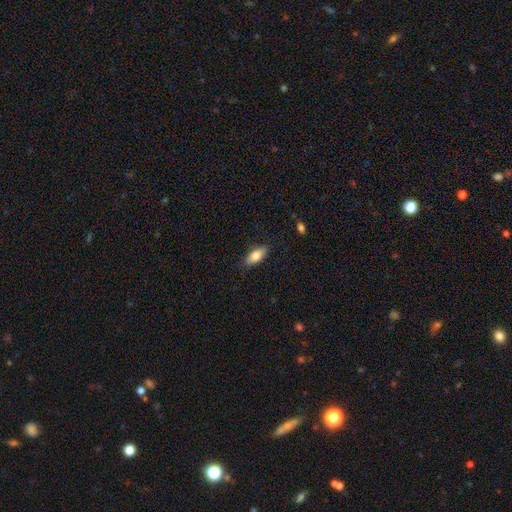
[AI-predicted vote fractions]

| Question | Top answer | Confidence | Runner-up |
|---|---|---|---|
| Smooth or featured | smooth | 80% | featured or disk (13%) |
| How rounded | in between | 84% | cigar-shaped (13%) |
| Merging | none | 84% | minor disturbance (12%) |